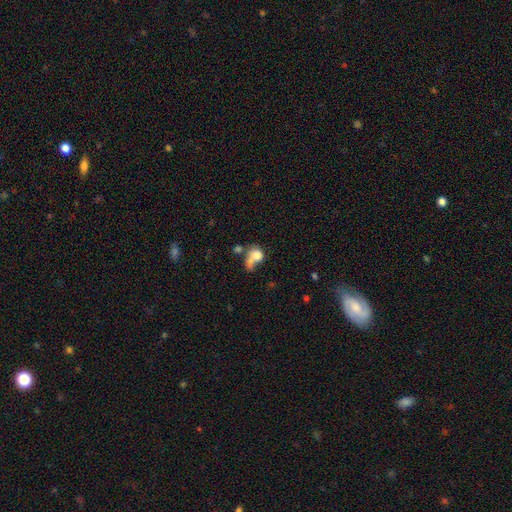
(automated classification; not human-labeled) A smooth galaxy with no disk features (68%) that is round (53%). Merging: merger (39%).